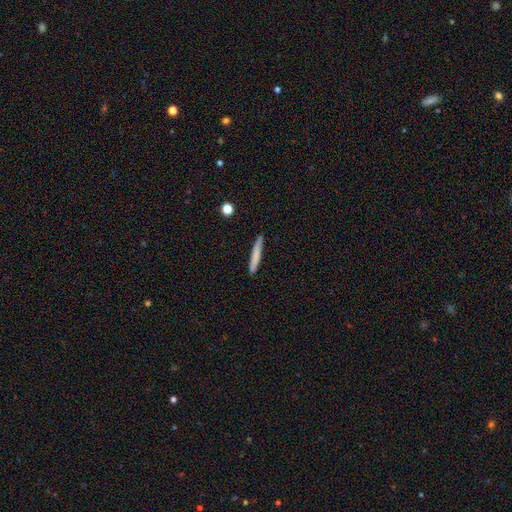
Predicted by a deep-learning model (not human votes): Smooth or featured?
  - smooth: 74% *
  - featured or disk: 20%
  - star or artifact: 6%
How rounded?
  - cigar-shaped: 96% *
  - in between: 3%
  - round: 1%
Merging?
  - none: 89% *
  - minor disturbance: 8%
  - merger: 2%
  - major disturbance: 2%